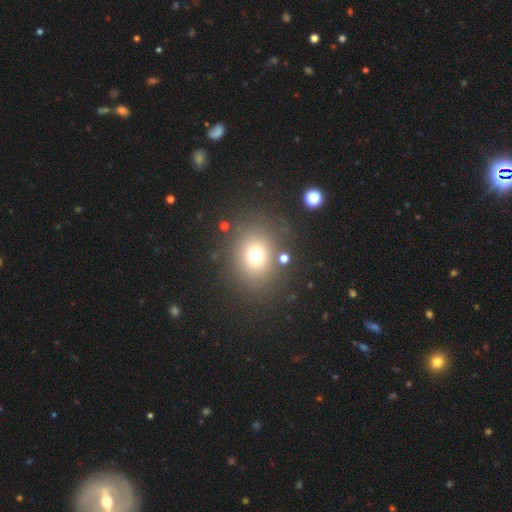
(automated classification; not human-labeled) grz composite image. It shows a smooth galaxy with no disk features (70%) that is round (71%). Merging: none (81%).